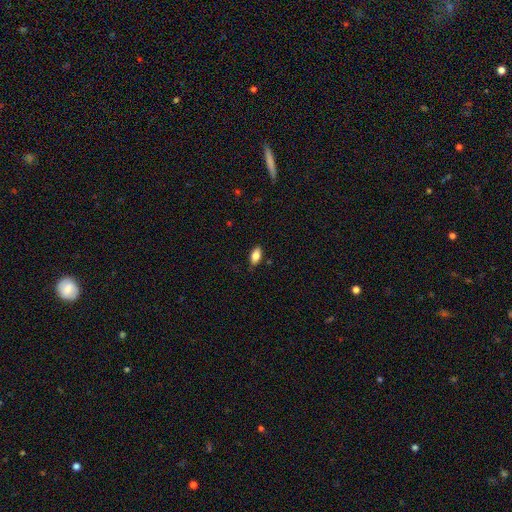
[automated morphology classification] Smooth or featured? smooth (83%)
How rounded? in between (90%)
Merging? none (83%)